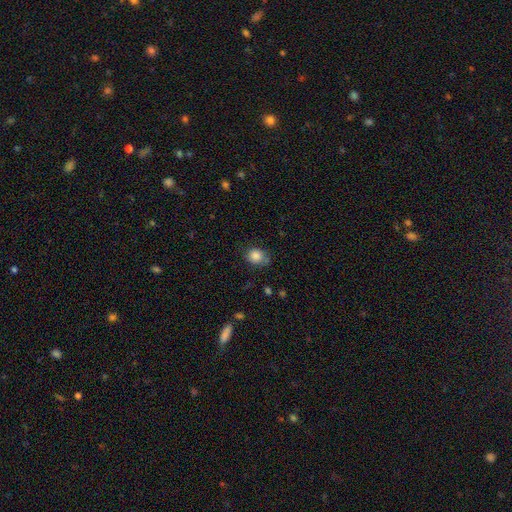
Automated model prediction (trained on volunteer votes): smooth 85%, star or artifact 10%, featured or disk 5%. Down the decision tree: how rounded — round (72%); merging — none (66%).